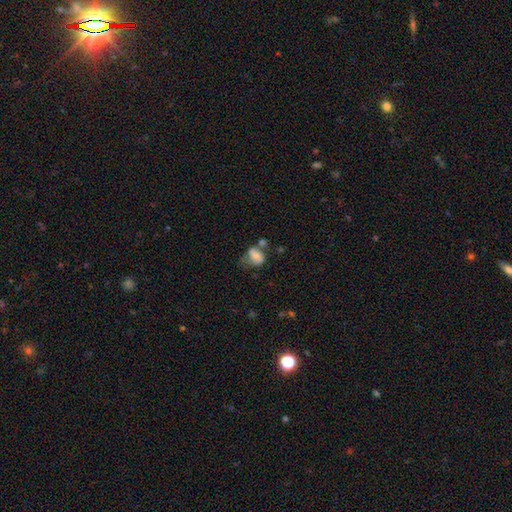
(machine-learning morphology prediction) This is likely a smooth galaxy (64%). How rounded: likely in between (63%). Merging: marginally none (31%).